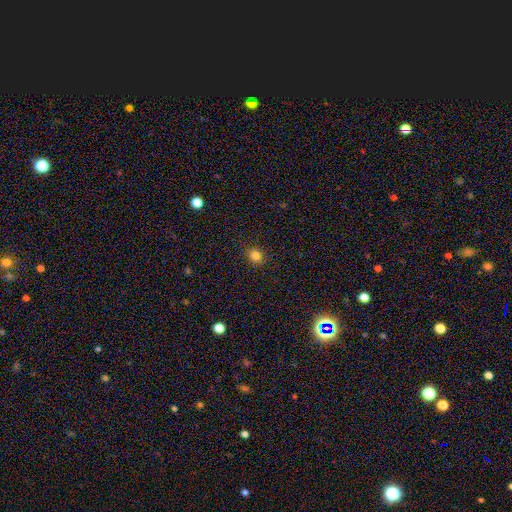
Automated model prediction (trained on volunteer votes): Smooth or featured? smooth (81%)
How rounded? round (80%)
Merging? none (89%)